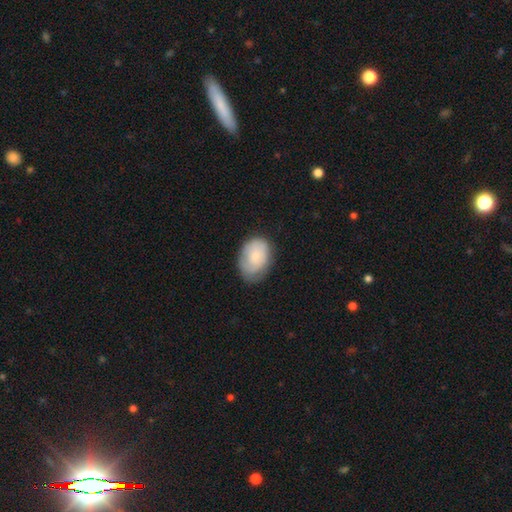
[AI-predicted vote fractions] A smooth galaxy with no disk features (70%) that is in between round and cigar-shaped (78%). Merging: none (68%).